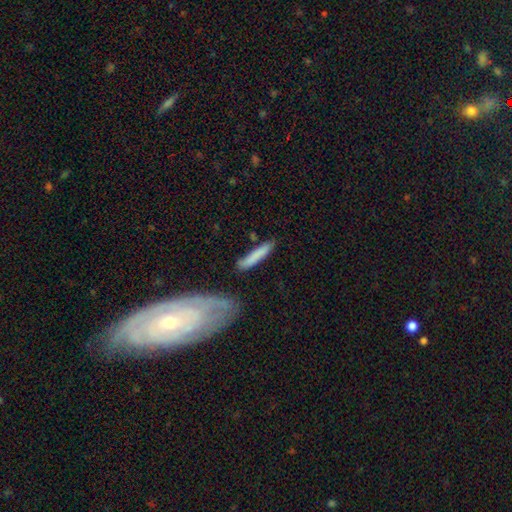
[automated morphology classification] The model was most divided on "smooth or featured": smooth: 79%, featured or disk: 15%, star or artifact: 6%. More confident: how rounded — cigar-shaped (90%); merging — none (77%).